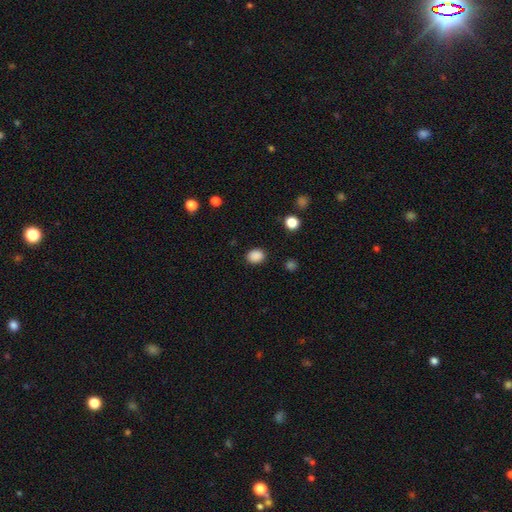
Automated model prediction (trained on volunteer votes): smooth 87%, star or artifact 10%, featured or disk 3%. Down the decision tree: how rounded — round (54%); merging — none (88%).